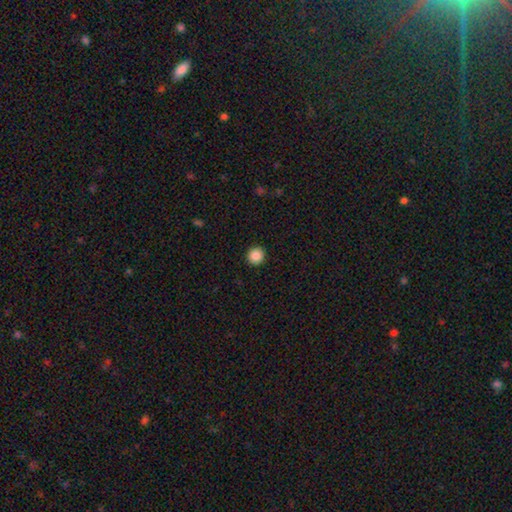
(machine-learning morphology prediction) type=smooth (87%); roundness=round (95%); merging=none (93%).